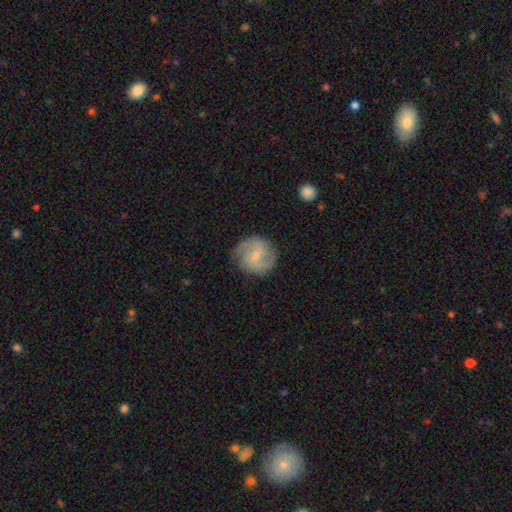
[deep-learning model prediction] This is likely a featured or disk galaxy (76%). It is clearly not viewed edge-on (98%). Bar: possibly weak (55%). Spiral arm pattern: clearly yes (94%). Spiral arm count: likely 2 (78%). Spiral winding: possibly medium (50%). Central bulge: likely small (70%). Merging: clearly none (82%).